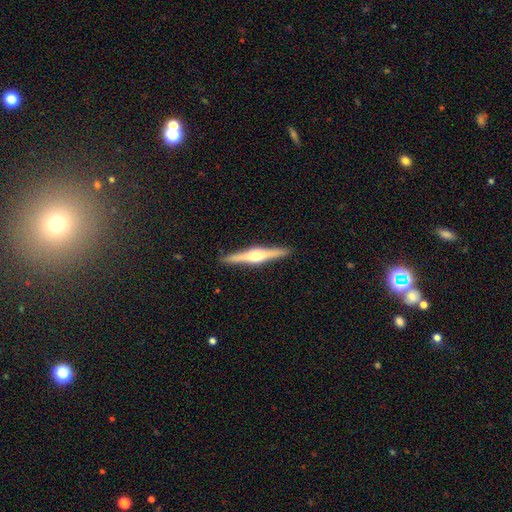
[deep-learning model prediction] Q: Smooth or featured?
A: featured or disk (75%); runner-up: smooth (20%)
Q: Edge-on disk?
A: yes (98%); runner-up: no (2%)
Q: Edge-on bulge?
A: rounded (91%); runner-up: boxy (6%)
Q: Merging?
A: none (91%); runner-up: minor disturbance (6%)